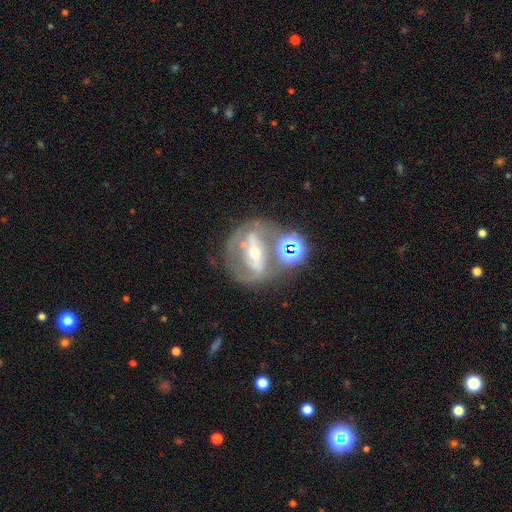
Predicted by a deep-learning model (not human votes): The model was most divided on "bulge size": small: 53%, moderate: 42%, large: 2%, none: 1%, dominant: 1%. More confident: edge-on disk — no (92%); smooth or featured — featured or disk (75%); spiral arms — yes (60%); bar — strong (56%); merging — none (51%).